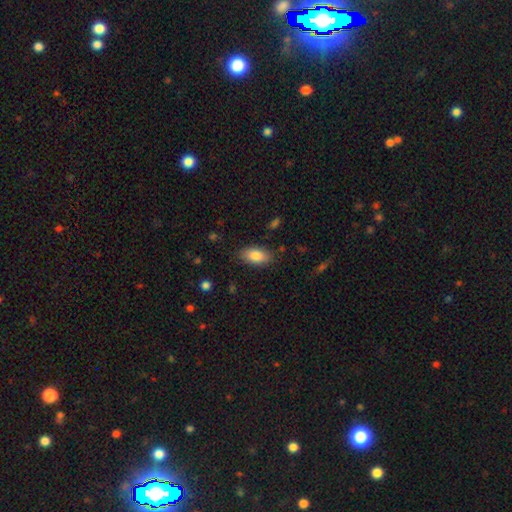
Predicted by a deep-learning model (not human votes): Overall: smooth (86%). How rounded: in between (92%). Merging: none (85%).